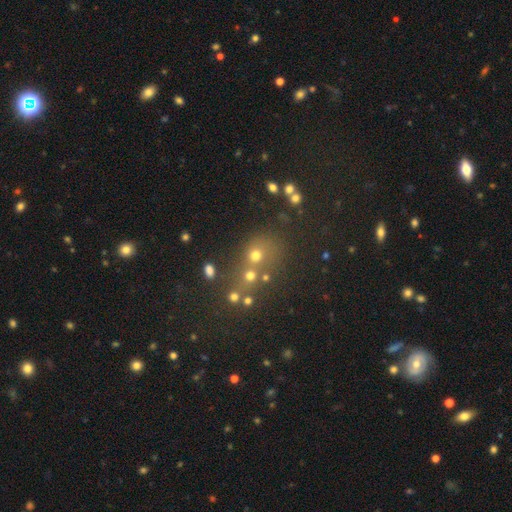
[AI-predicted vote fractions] The model was most divided on "smooth or featured": smooth: 50%, star or artifact: 37%, featured or disk: 14%. More confident: merging — none (54%).